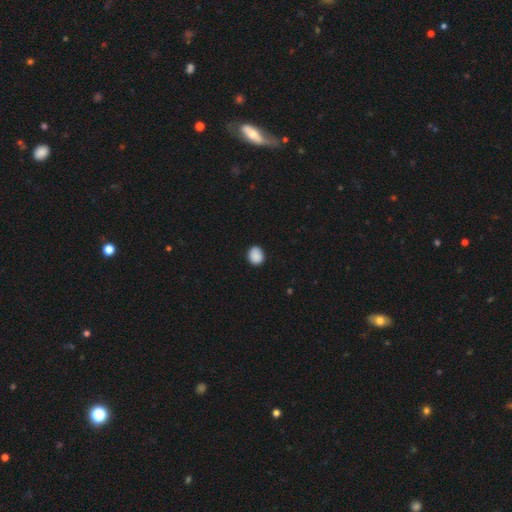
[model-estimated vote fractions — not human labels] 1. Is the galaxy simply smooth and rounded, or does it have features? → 89% smooth, 8% star or artifact, 3% featured or disk.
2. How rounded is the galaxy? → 68% round, 31% in between, 1% cigar-shaped.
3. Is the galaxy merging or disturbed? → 85% none, 12% minor disturbance, 2% major disturbance, 1% merger.